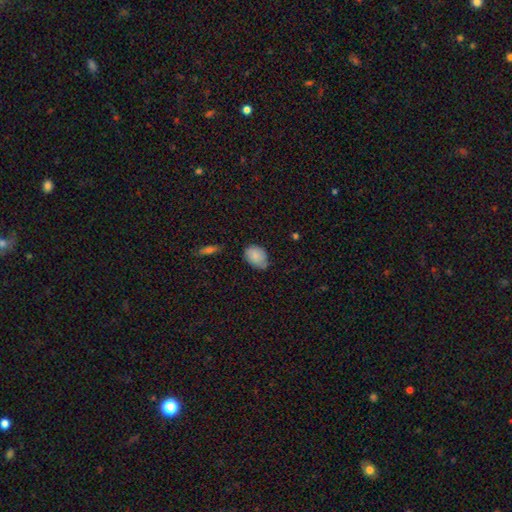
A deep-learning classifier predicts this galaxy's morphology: This appears to be a smooth galaxy with no disk features (80%) that is in between round and cigar-shaped (76%). Merging: none (57%).